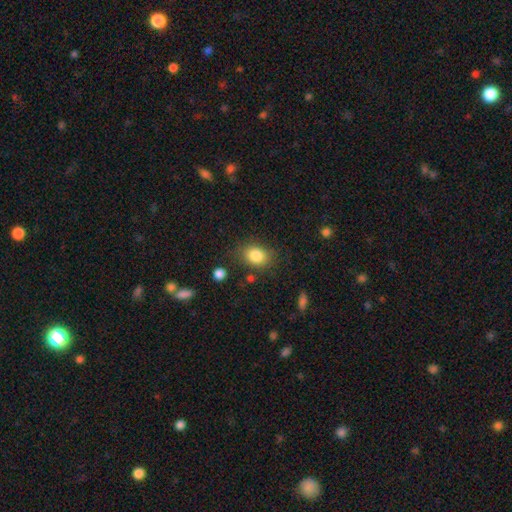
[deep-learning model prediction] smooth_or_featured: smooth (p=0.84) [alt: star or artifact p=0.09]
how_rounded: in between (p=0.64) [alt: round p=0.35]
merging: none (p=0.78) [alt: minor disturbance p=0.15]